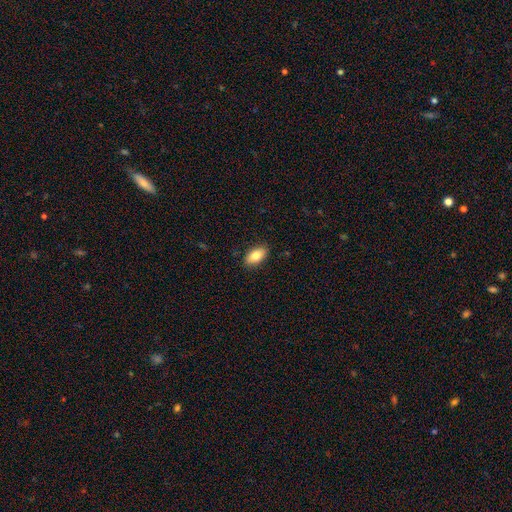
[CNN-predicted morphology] Smooth or featured? Predicted: smooth (p=0.82). How rounded? Predicted: in between (p=0.92). Merging? Predicted: none (p=0.88).